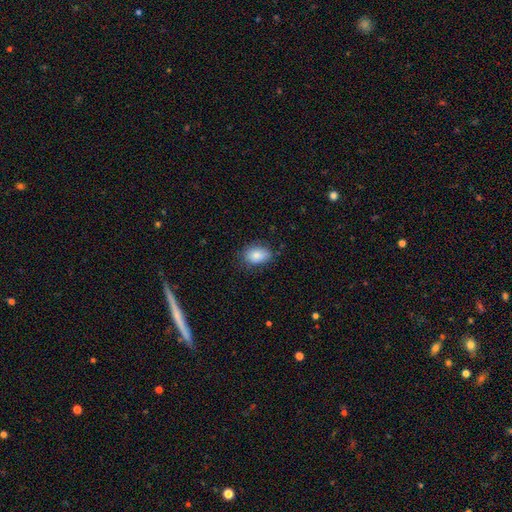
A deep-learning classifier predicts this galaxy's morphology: Overall: smooth (84%). How rounded: in between (82%). Merging: none (75%).